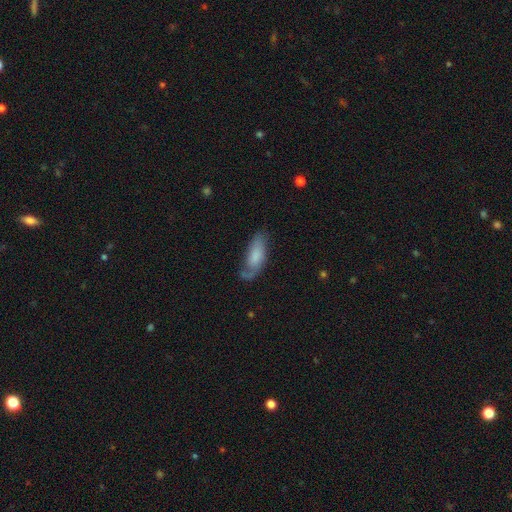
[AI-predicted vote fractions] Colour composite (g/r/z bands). It shows a smooth galaxy with no disk features (59%) that is in between round and cigar-shaped (76%). Merging: none (50%).